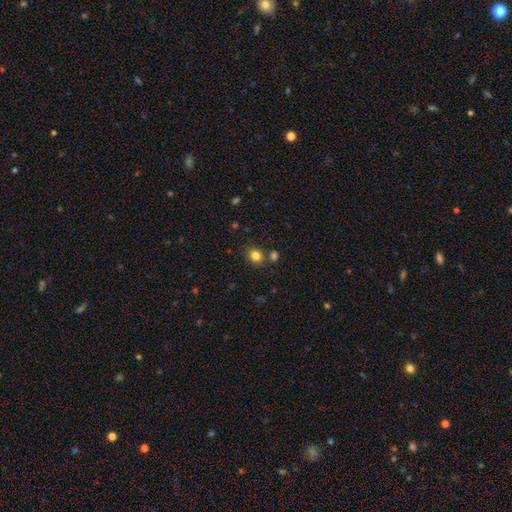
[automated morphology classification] The model was most divided on "how rounded": round: 63%, in between: 36%, cigar-shaped: 1%. More confident: smooth or featured — smooth (82%); merging — none (75%).